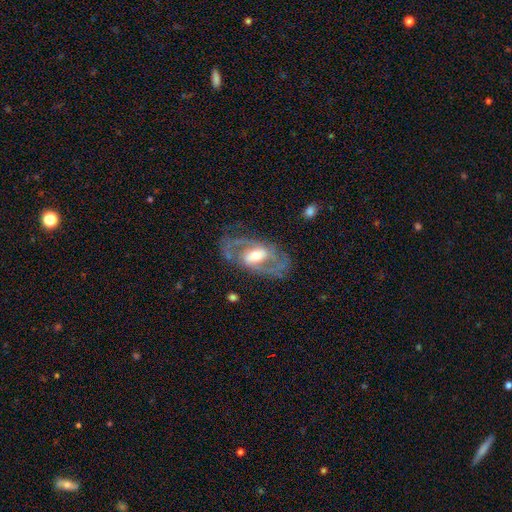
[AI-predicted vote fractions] Overall: featured or disk (85%). Edge-on disk: no (95%). Bar: weak (42%; strong 36%). Spiral arms: yes (90%). Spiral arm count: 2 (86%). Spiral winding: medium (54%; tight 24%). Bulge size: moderate (62%). Merging: none (72%).